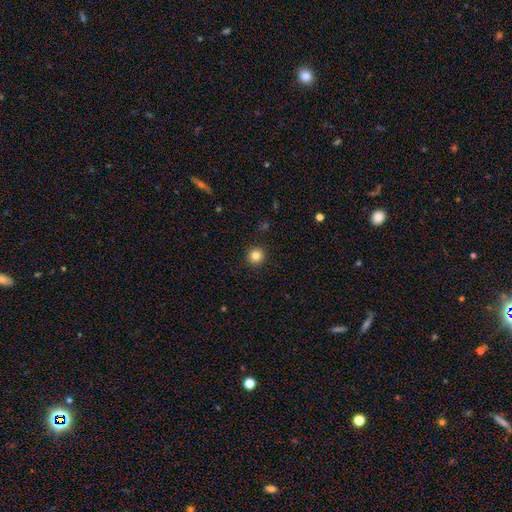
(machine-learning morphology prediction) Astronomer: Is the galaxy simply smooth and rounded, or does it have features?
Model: smooth — 83%.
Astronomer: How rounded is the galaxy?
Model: round — 93%.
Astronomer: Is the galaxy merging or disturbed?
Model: none — 92%.